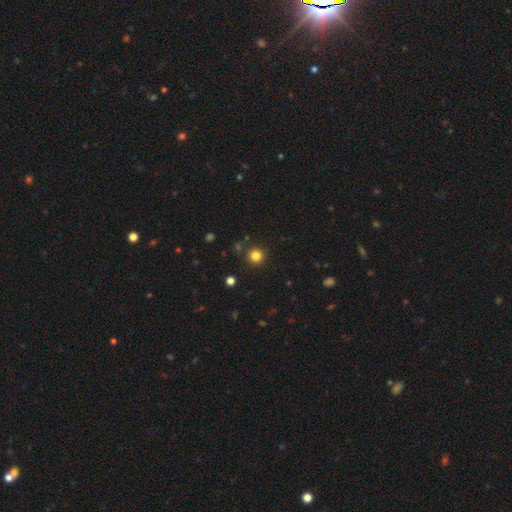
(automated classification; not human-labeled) Morphology: type=smooth (81%); roundness=round (95%); merging=none (88%).